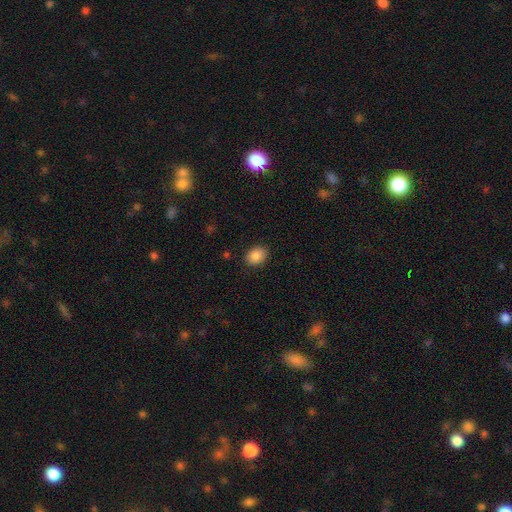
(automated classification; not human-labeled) Q: Smooth or featured?
A: smooth (88%); runner-up: star or artifact (9%)
Q: How rounded?
A: in between (56%); runner-up: round (43%)
Q: Merging?
A: none (88%); runner-up: minor disturbance (9%)